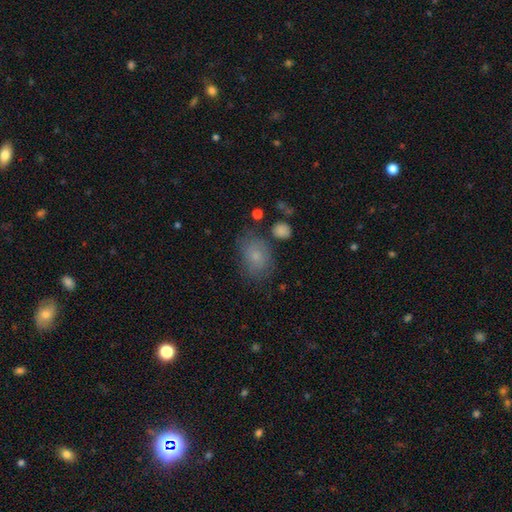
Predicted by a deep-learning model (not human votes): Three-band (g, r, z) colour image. It shows a smooth galaxy with no disk features (72%) that is in between round and cigar-shaped (67%). Merging: none (63%).